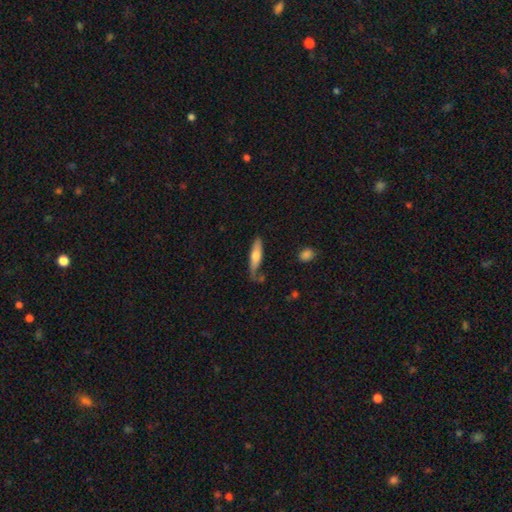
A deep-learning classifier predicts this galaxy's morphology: A smooth galaxy with no disk features (62%) that is cigar-shaped (72%). Merging: none (63%).